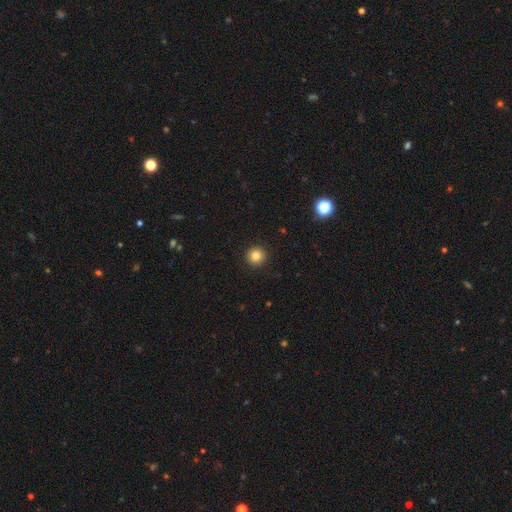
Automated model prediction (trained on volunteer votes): Q: Smooth or featured?
A: smooth (83%); runner-up: star or artifact (11%)
Q: How rounded?
A: round (96%); runner-up: in between (3%)
Q: Merging?
A: none (93%); runner-up: minor disturbance (5%)